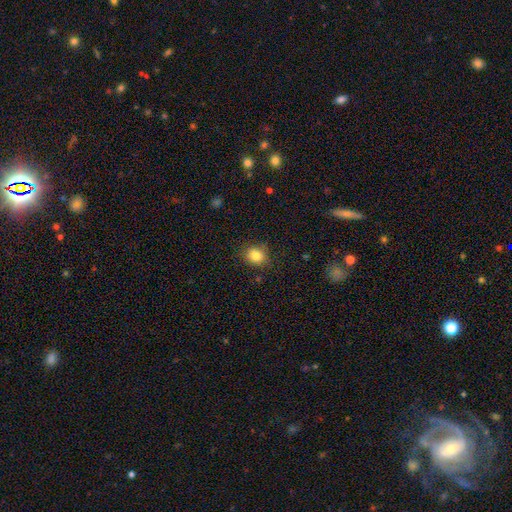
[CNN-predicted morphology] Smooth or featured?
  - smooth: 84% *
  - star or artifact: 11%
  - featured or disk: 6%
How rounded?
  - round: 72% *
  - in between: 27%
  - cigar-shaped: 1%
Merging?
  - none: 84% *
  - minor disturbance: 12%
  - major disturbance: 3%
  - merger: 1%